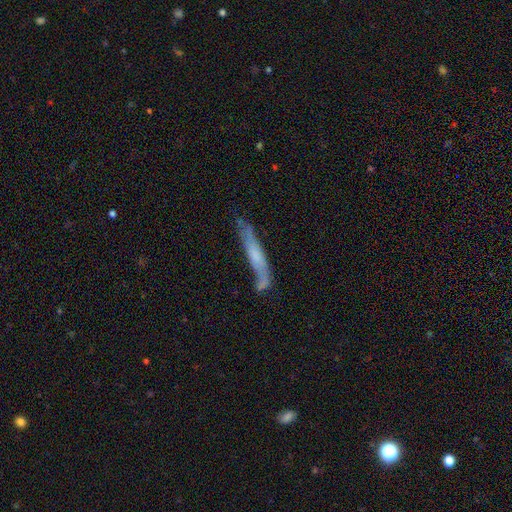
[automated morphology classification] smooth_or_featured: featured or disk (p=0.48) [alt: smooth p=0.45]
merging: none (p=0.57) [alt: minor disturbance p=0.25]